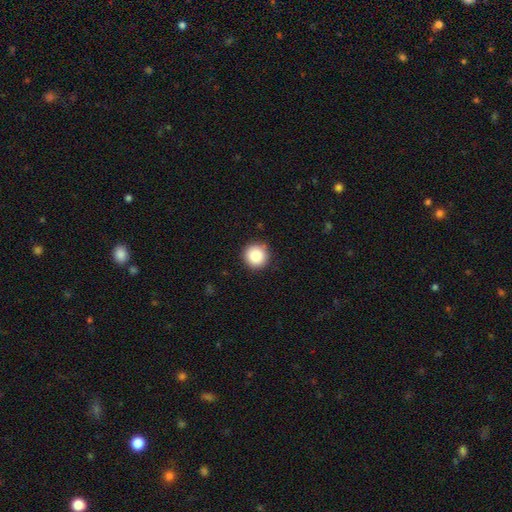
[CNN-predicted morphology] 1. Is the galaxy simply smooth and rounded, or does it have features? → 86% smooth, 9% star or artifact, 5% featured or disk.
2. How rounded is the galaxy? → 95% round, 4% in between, 1% cigar-shaped.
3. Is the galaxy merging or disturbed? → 89% none, 8% minor disturbance, 2% major disturbance, 1% merger.